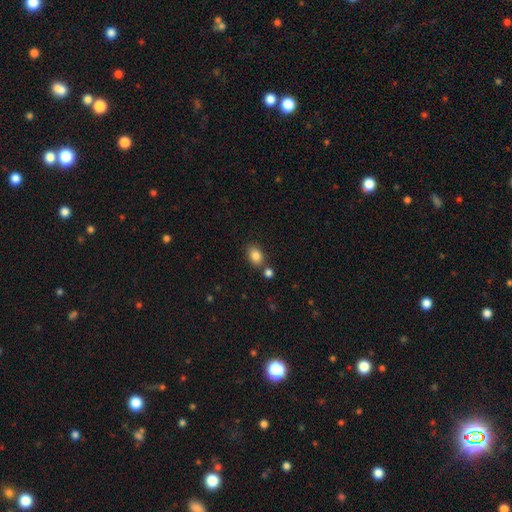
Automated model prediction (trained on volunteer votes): Smooth or featured? smooth (84%)
How rounded? in between (76%)
Merging? none (73%)